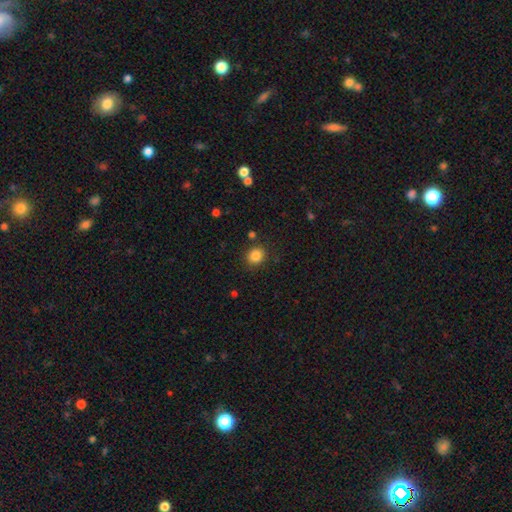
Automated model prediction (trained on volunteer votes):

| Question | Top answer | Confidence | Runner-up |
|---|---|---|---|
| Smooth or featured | smooth | 85% | star or artifact (11%) |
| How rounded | round | 82% | in between (17%) |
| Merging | none | 86% | minor disturbance (8%) |